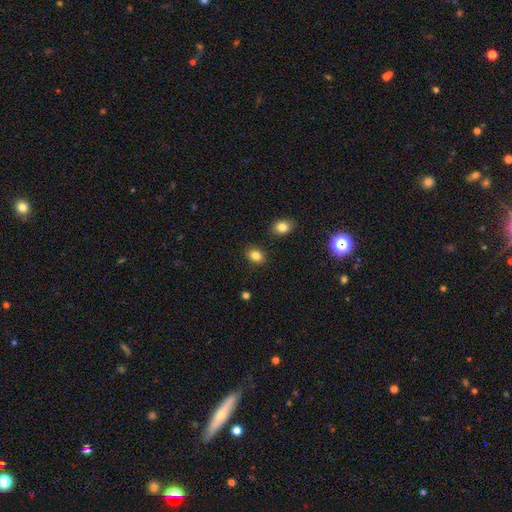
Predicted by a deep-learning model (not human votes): A smooth galaxy with no disk features (83%) that is in between round and cigar-shaped (60%). Merging: none (86%).